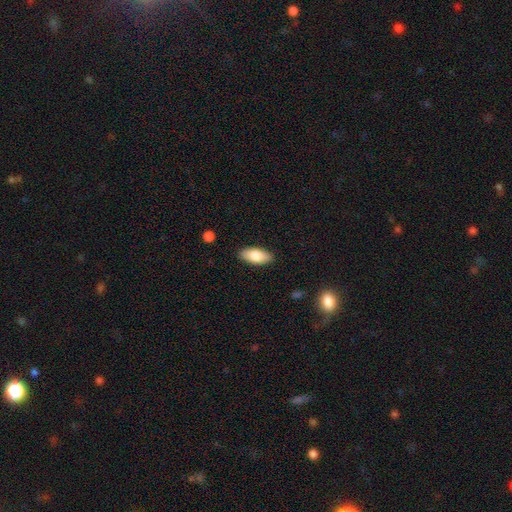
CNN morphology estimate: Smooth or featured?
  - smooth: 80% *
  - featured or disk: 14%
  - star or artifact: 6%
How rounded?
  - in between: 88% *
  - cigar-shaped: 10%
  - round: 2%
Merging?
  - none: 88% *
  - minor disturbance: 9%
  - major disturbance: 2%
  - merger: 1%